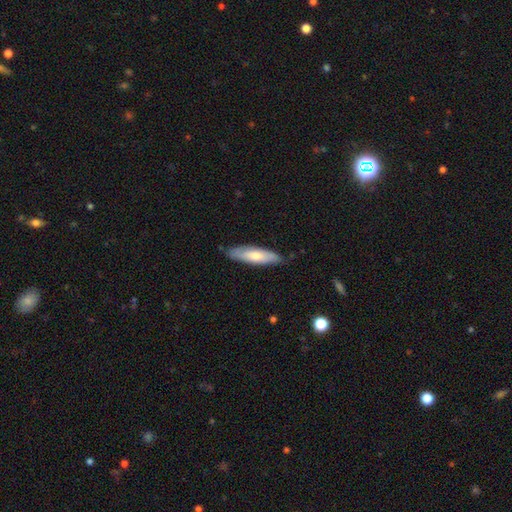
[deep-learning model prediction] A smooth galaxy with no disk features (64%) that is cigar-shaped (62%).

Vote fractions:
- Smooth or featured? smooth: 64% / featured or disk: 31% / star or artifact: 5%
- How rounded? cigar-shaped: 62% / in between: 37% / round: 2%
- Merging? none: 81% / minor disturbance: 16% / major disturbance: 2% / merger: 1%